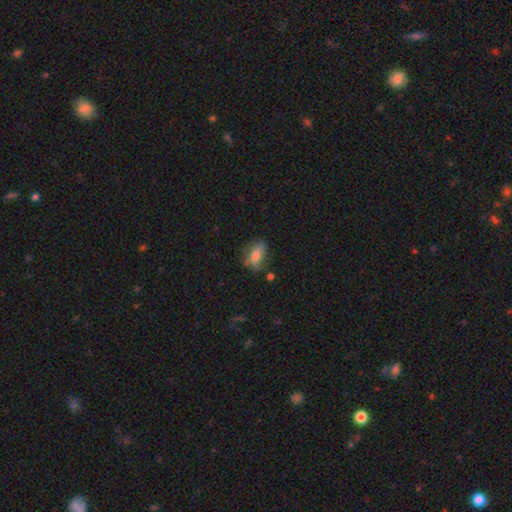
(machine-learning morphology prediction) This appears to be a smooth galaxy with no disk features (64%) that is in between round and cigar-shaped (80%). Merging: none (52%).